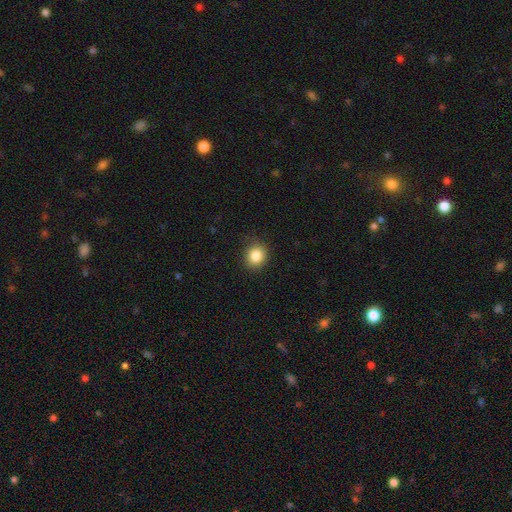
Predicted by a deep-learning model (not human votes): Smooth or featured? smooth (85%)
How rounded? round (75%)
Merging? none (86%)